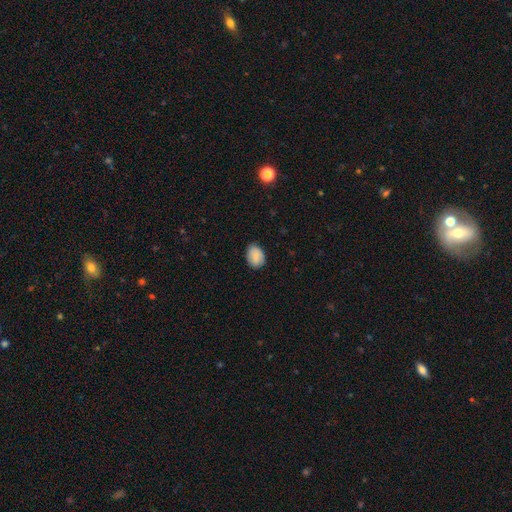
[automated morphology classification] Smooth or featured? smooth (85%)
How rounded? in between (77%)
Merging? none (82%)